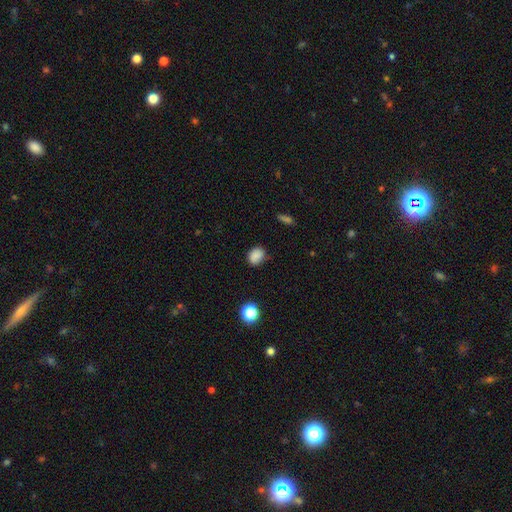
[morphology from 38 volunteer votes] This appears to be a smooth galaxy with no disk features (95%) that is in between round and cigar-shaped (64%). Merging: none (78%).